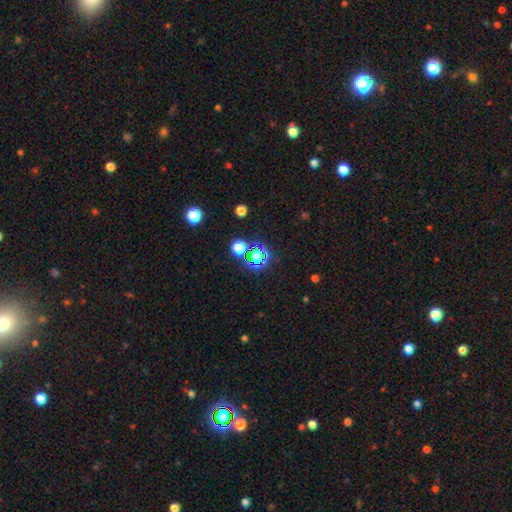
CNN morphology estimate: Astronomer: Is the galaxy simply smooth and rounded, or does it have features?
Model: star or artifact — 57% (runner-up: smooth, 35%).